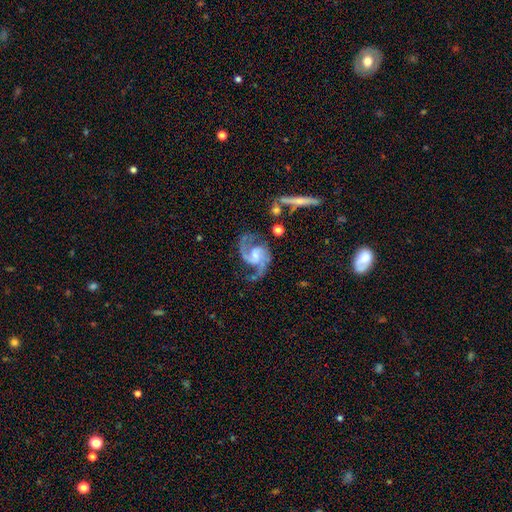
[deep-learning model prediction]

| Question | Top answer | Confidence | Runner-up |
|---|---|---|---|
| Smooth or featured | featured or disk | 91% | star or artifact (5%) |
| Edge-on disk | no | 98% | yes (2%) |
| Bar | no | 46% | weak (43%) |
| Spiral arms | yes | 98% | no (2%) |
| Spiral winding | medium | 58% | loose (27%) |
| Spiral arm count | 2 | 89% | 3 (4%) |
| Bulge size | small | 43% | moderate (31%) |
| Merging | none | 61% | minor disturbance (20%) |